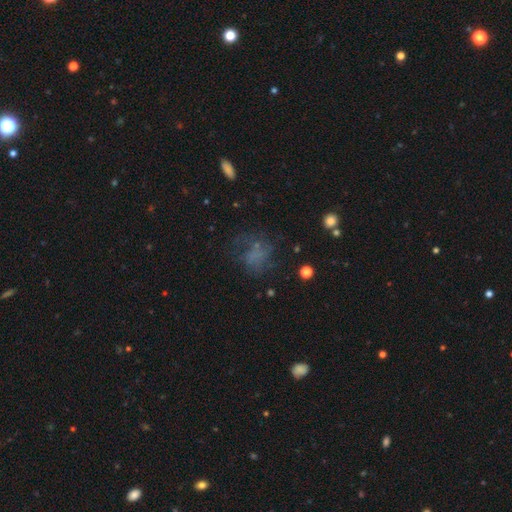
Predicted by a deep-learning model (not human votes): A smooth galaxy with no disk features (48%). Merging: none (46%).